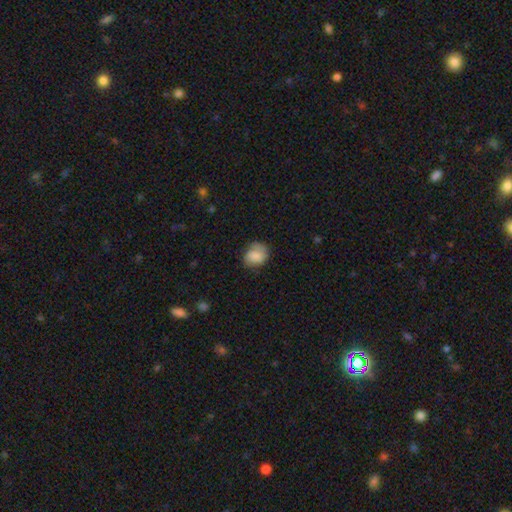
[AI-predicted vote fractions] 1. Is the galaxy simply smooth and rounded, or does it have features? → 73% smooth, 19% featured or disk, 8% star or artifact.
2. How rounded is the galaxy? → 59% round, 40% in between, 1% cigar-shaped.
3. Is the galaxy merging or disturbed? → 60% none, 28% minor disturbance, 10% major disturbance, 1% merger.